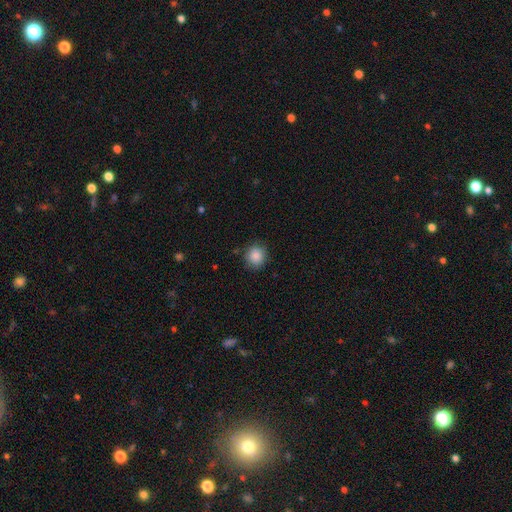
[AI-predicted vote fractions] Smooth or featured?
  - smooth: 87% *
  - star or artifact: 9%
  - featured or disk: 4%
How rounded?
  - round: 88% *
  - in between: 11%
  - cigar-shaped: 1%
Merging?
  - none: 87% *
  - minor disturbance: 10%
  - major disturbance: 3%
  - merger: 1%